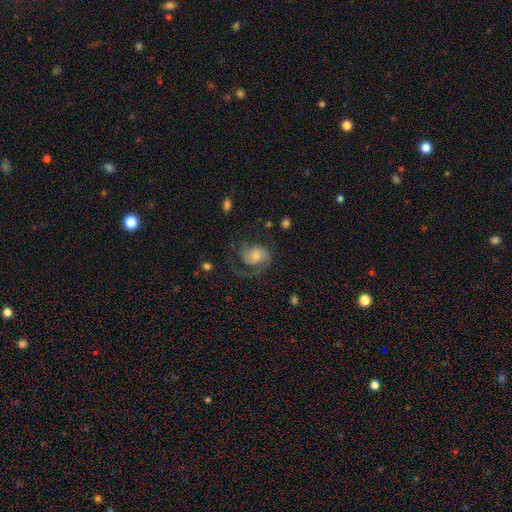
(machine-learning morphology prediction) Smooth or featured? Predicted: featured or disk (p=0.76). Edge-on disk? Predicted: no (p=0.98). Bar? Predicted: no (p=0.67). Spiral arms? Predicted: yes (p=0.94). Spiral winding? Predicted: medium (p=0.44). Spiral arm count? Predicted: 1 (p=0.51). Bulge size? Predicted: small (p=0.44). Merging? Predicted: none (p=0.55).